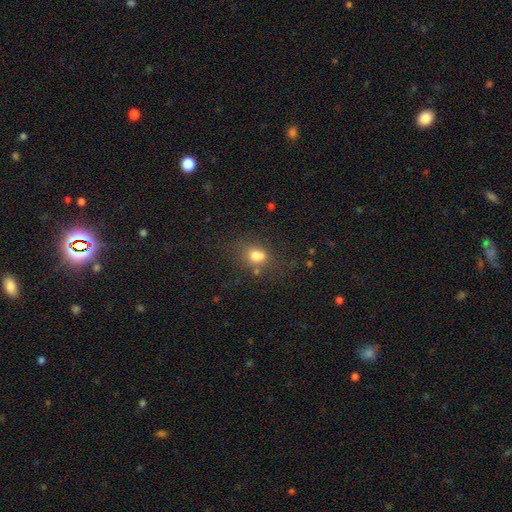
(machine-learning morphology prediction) A smooth galaxy with no disk features (72%) that is round (54%).

Vote fractions:
- Smooth or featured? smooth: 72% / star or artifact: 14% / featured or disk: 14%
- How rounded? round: 54% / in between: 45% / cigar-shaped: 1%
- Merging? none: 50% / merger: 23% / minor disturbance: 18% / major disturbance: 9%